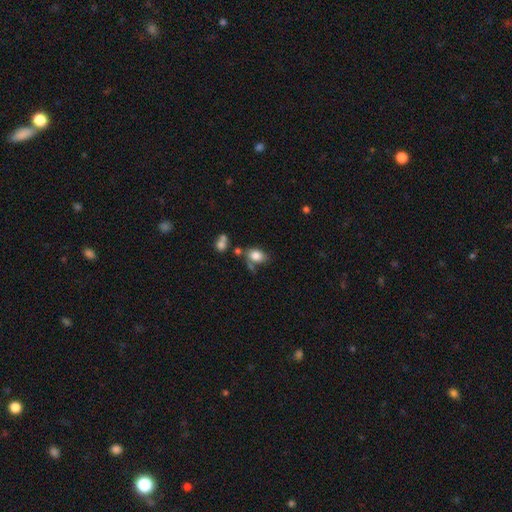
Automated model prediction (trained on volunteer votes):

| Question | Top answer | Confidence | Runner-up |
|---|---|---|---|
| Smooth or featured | smooth | 81% | star or artifact (9%) |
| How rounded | in between | 80% | round (19%) |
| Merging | none | 57% | minor disturbance (20%) |